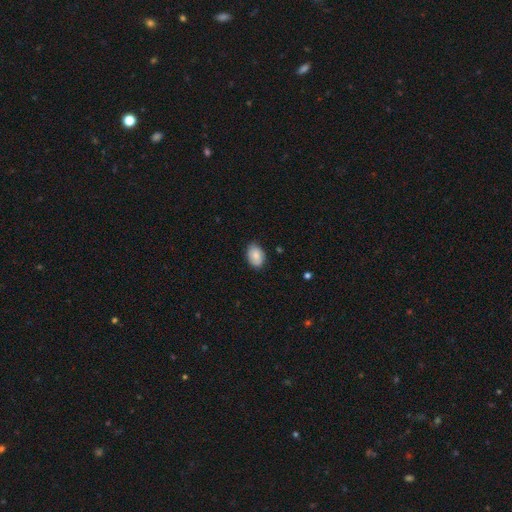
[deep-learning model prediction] The model was most divided on "merging": none: 82%, minor disturbance: 15%, major disturbance: 3%, merger: 1%. More confident: how rounded — in between (85%); smooth or featured — smooth (84%).